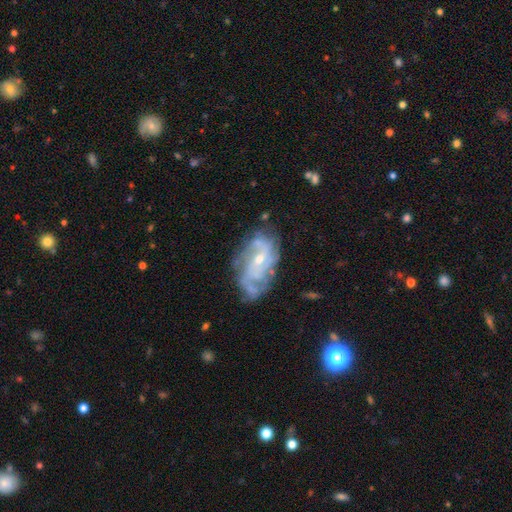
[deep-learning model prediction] Morphology: type=featured or disk (76%); edge-on=no (95%); bar=no (57%); spiral arms=yes (91%); winding=tight (52%); arm count=can't tell (34%); bulge=small (69%); merging=none (72%).